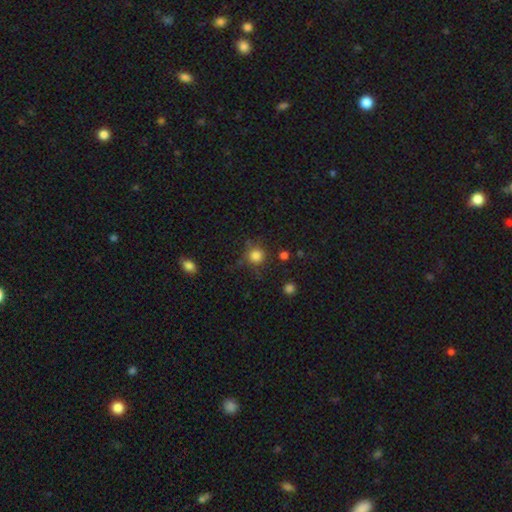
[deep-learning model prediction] This is clearly a smooth galaxy (82%). How rounded: clearly round (91%). Merging: likely none (76%).